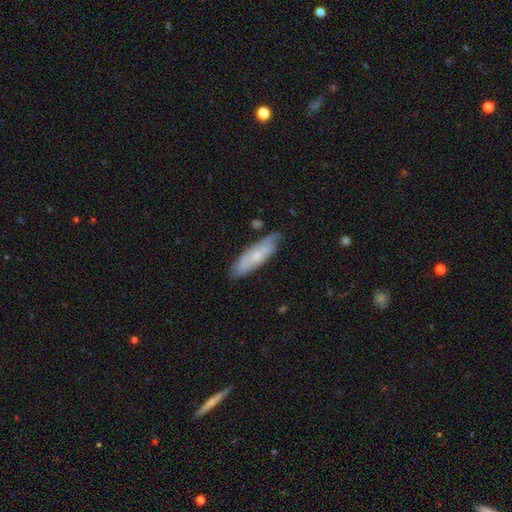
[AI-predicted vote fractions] This is possibly a smooth galaxy (47%, tied with featured or disk). Merging: likely none (71%).